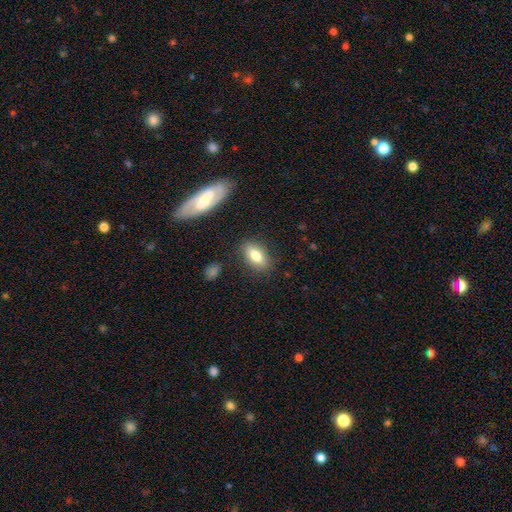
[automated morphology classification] smooth 76%, featured or disk 16%, star or artifact 8%. Down the decision tree: how rounded — in between (84%); merging — none (83%).